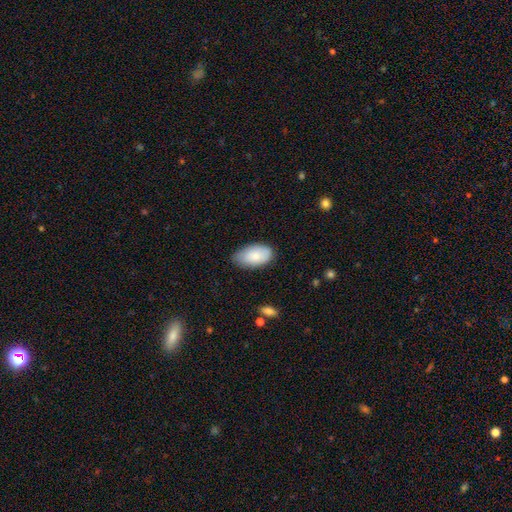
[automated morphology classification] Overall: smooth (84%). How rounded: in between (95%). Merging: none (76%).